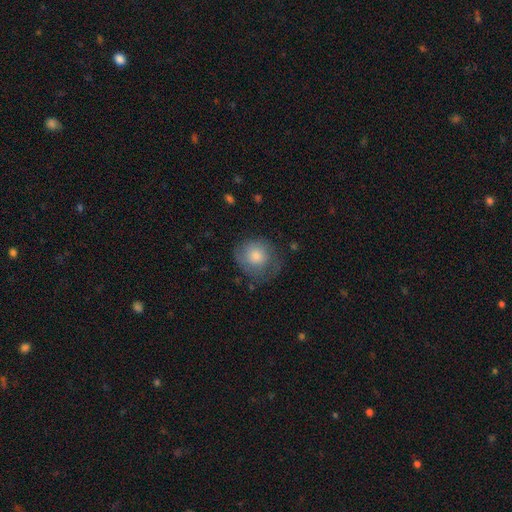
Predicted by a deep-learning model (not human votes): Smooth or featured: smooth — 66% (featured or disk — 25%)
How rounded: round — 85% (in between — 14%)
Merging: none — 62% (minor disturbance — 24%)